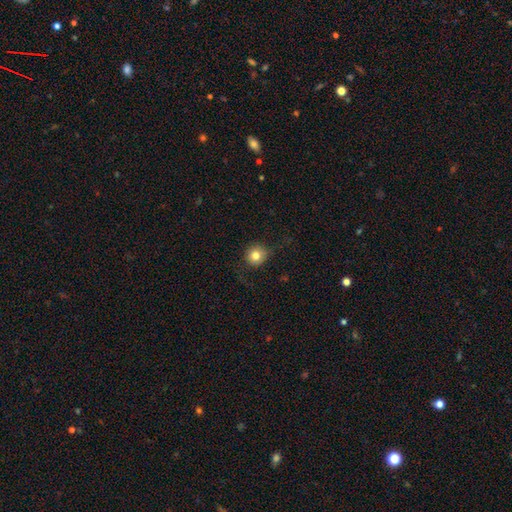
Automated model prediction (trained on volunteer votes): A smooth galaxy with no disk features (80%) that is round (92%). Merging: none (80%).